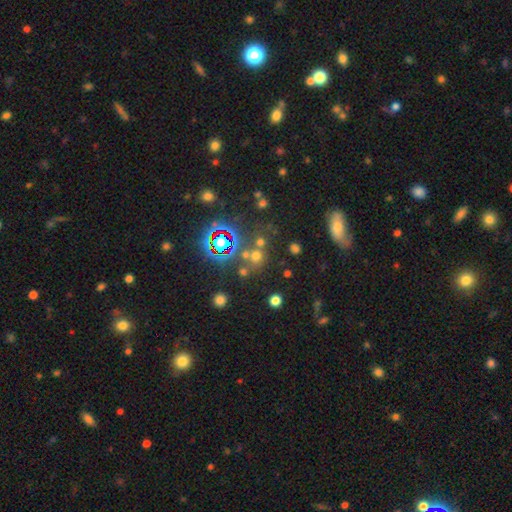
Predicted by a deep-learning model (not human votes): Smooth or featured? smooth (51%)
How rounded? round (85%)
Merging? none (64%)